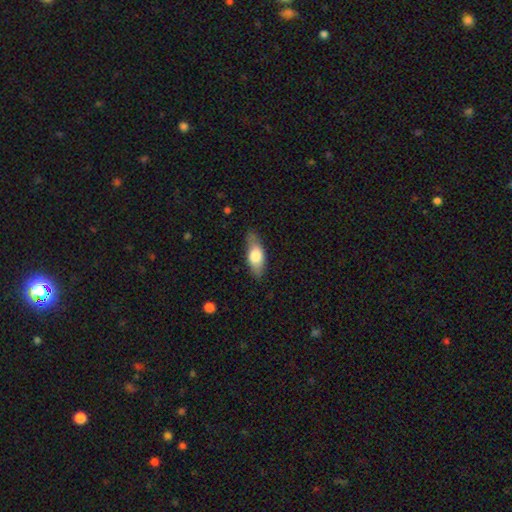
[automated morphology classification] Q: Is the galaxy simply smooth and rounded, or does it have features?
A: smooth — 68%.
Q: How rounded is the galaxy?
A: in between — 75%.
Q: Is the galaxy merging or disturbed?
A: none — 78%.